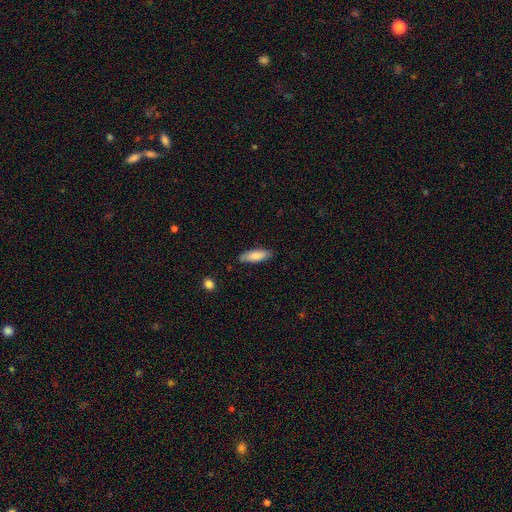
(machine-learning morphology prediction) The model was most divided on "how rounded": in between: 61%, cigar-shaped: 38%, round: 2%. More confident: merging — none (84%); smooth or featured — smooth (82%).